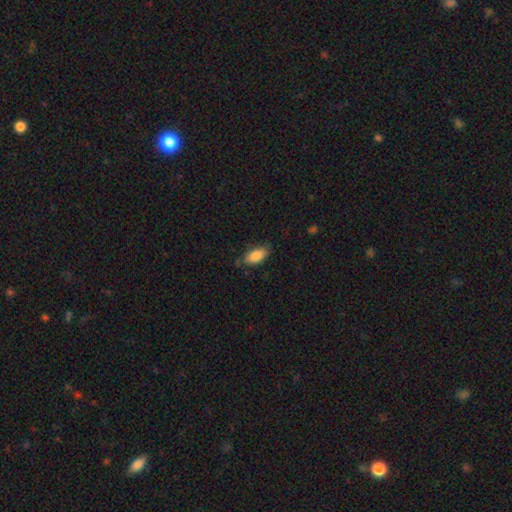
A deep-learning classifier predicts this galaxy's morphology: Smooth or featured: smooth — 85% (featured or disk — 8%)
How rounded: in between — 91% (cigar-shaped — 6%)
Merging: none — 74% (minor disturbance — 20%)